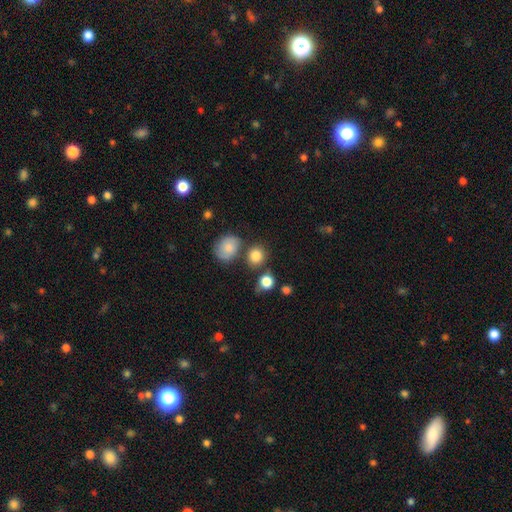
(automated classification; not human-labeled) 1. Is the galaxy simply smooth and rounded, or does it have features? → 83% smooth, 10% star or artifact, 7% featured or disk.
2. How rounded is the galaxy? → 79% round, 20% in between, 1% cigar-shaped.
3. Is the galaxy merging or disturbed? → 69% none, 15% merger, 12% minor disturbance, 4% major disturbance.